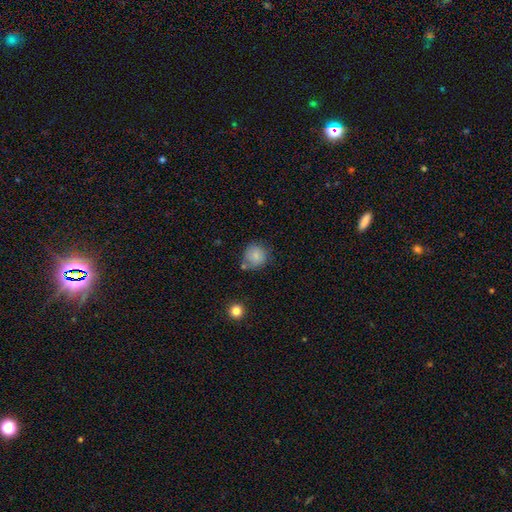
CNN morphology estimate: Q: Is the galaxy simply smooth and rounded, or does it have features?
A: smooth — 83%.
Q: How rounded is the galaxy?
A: round — 88%.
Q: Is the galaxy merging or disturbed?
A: none — 65%.